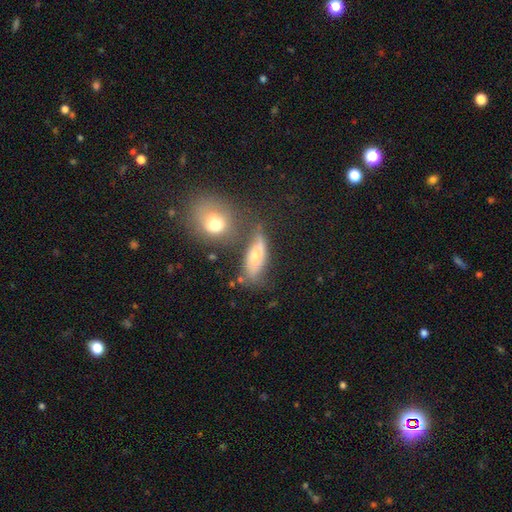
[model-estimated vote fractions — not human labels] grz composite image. It shows a smooth galaxy with no disk features (52%) that is in between round and cigar-shaped (72%). Merging: none (45%).